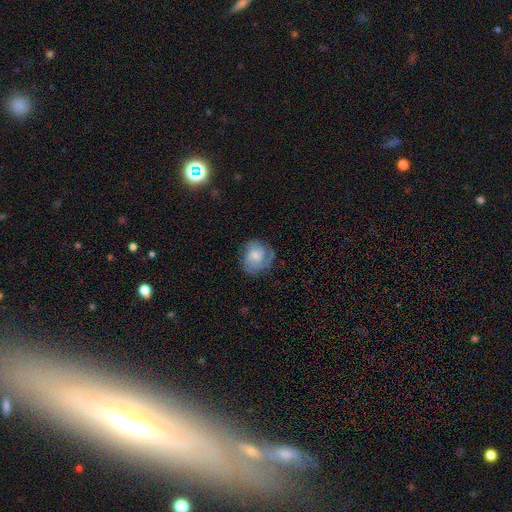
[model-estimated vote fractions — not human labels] This appears to be a featured or disk galaxy (51%). Merging: none (63%).